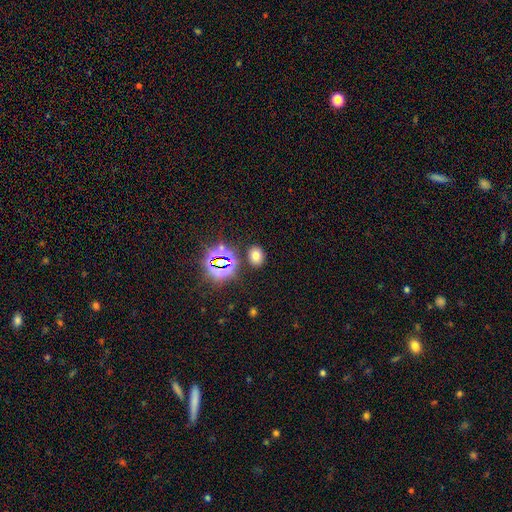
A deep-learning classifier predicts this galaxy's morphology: smooth_or_featured: smooth (p=0.67) [alt: star or artifact p=0.25]
how_rounded: in between (p=0.61) [alt: round p=0.38]
merging: none (p=0.86) [alt: minor disturbance p=0.08]